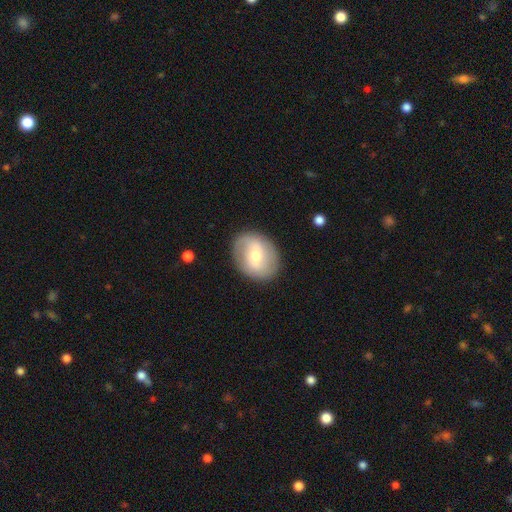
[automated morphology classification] This is possibly a featured or disk galaxy (52%). It is clearly not viewed edge-on (95%). Merging: clearly none (85%).